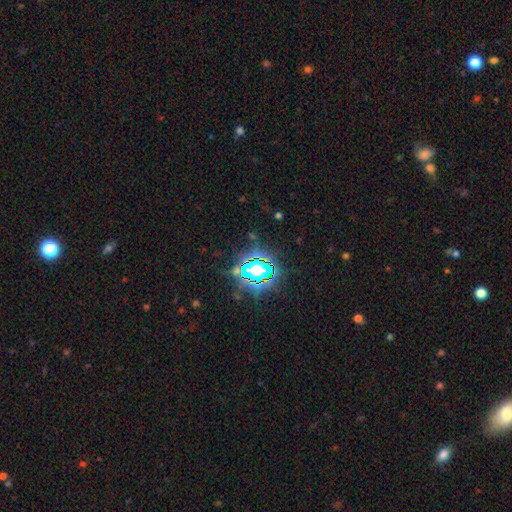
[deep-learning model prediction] smooth-or-featured: star or artifact: 83% | smooth: 11% | featured or disk: 7%